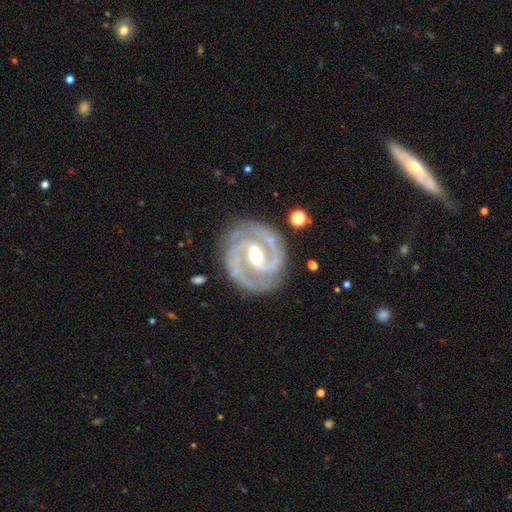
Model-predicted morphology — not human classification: This appears to be a featured or disk galaxy (93%) with a strong bar (47%), 2 (82%) tight (51%) spiral arms (98%) and a moderate central bulge (59%). Merging: none (83%).